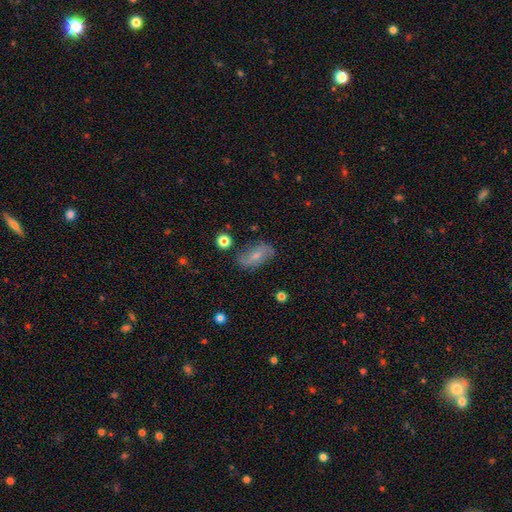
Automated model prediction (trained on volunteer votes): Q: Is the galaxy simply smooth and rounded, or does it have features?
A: featured or disk — 49%.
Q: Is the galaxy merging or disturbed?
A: none — 72%.